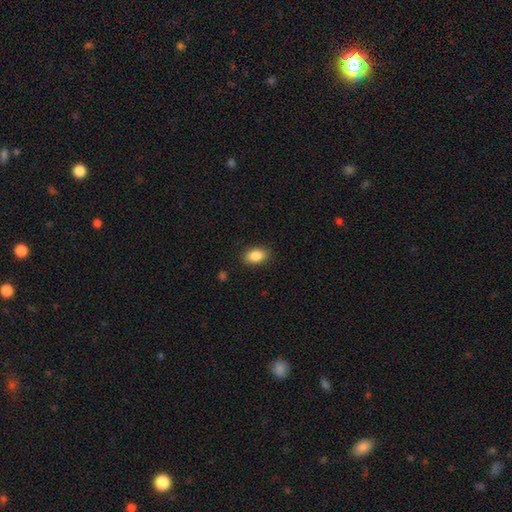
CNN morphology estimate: This is clearly a smooth galaxy (86%). How rounded: clearly in between (86%). Merging: clearly none (87%).